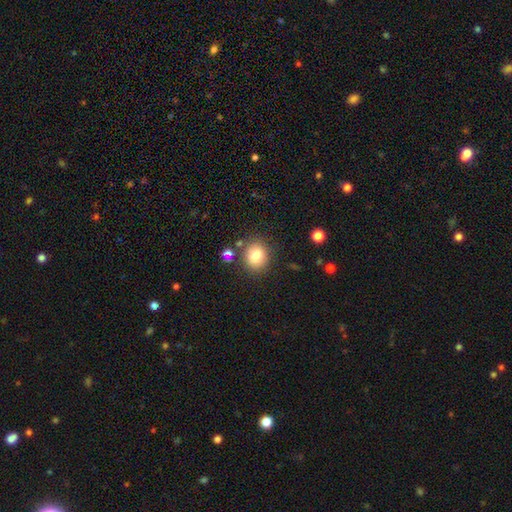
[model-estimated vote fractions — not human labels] smooth_or_featured: smooth (p=0.79) [alt: star or artifact p=0.11]
how_rounded: round (p=0.76) [alt: in between p=0.23]
merging: none (p=0.82) [alt: minor disturbance p=0.09]